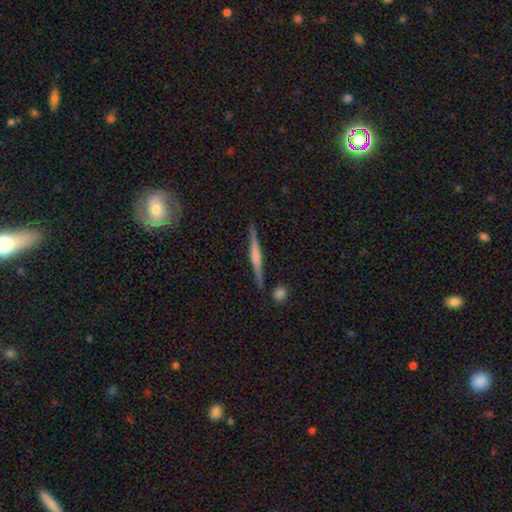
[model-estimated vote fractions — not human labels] Q: Smooth or featured?
A: featured or disk (69%); runner-up: smooth (25%)
Q: Edge-on disk?
A: yes (98%); runner-up: no (2%)
Q: Edge-on bulge?
A: rounded (53%); runner-up: none (24%)
Q: Merging?
A: none (88%); runner-up: minor disturbance (7%)